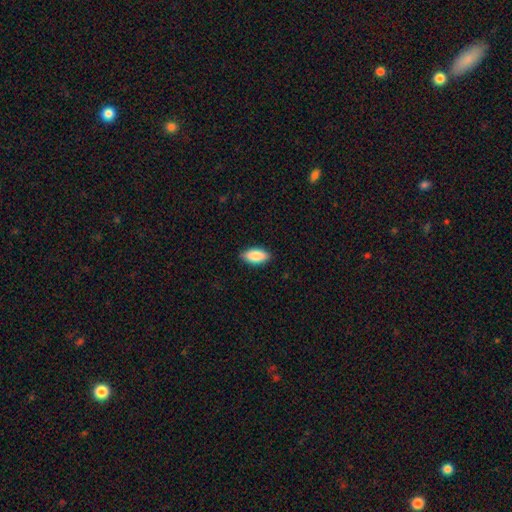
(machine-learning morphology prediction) smooth-or-featured: smooth: 87% | featured or disk: 7% | star or artifact: 6%
  how-rounded: in between: 91% | cigar-shaped: 7% | round: 2%
  merging: none: 87% | minor disturbance: 10% | major disturbance: 2% | merger: 1%